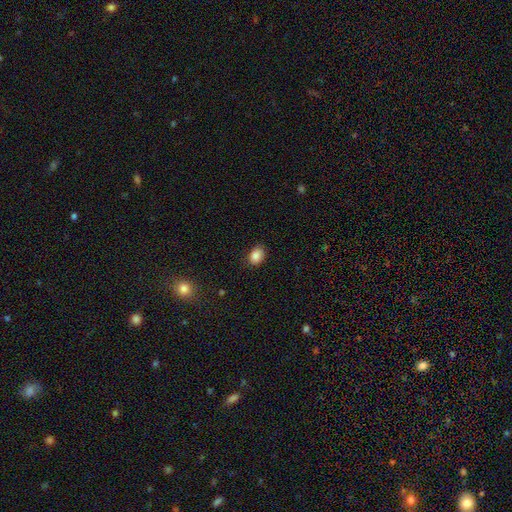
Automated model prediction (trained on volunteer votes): Morphology: type=smooth (86%); roundness=in between (73%); merging=none (83%).